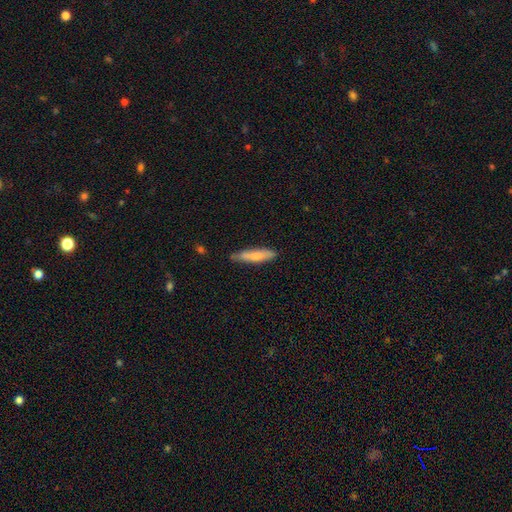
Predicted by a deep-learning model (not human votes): Q: Smooth or featured?
A: smooth (72%); runner-up: featured or disk (23%)
Q: How rounded?
A: cigar-shaped (84%); runner-up: in between (15%)
Q: Merging?
A: none (76%); runner-up: minor disturbance (19%)